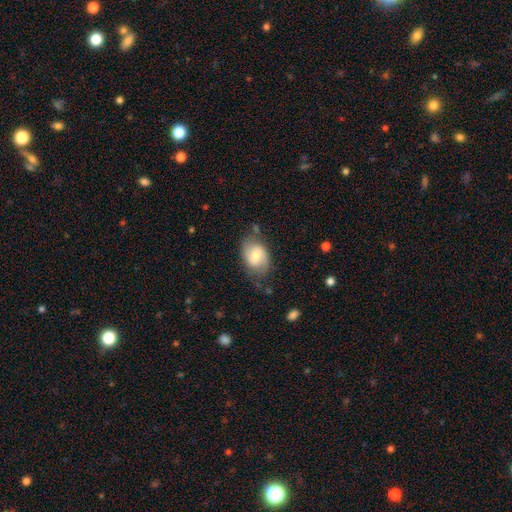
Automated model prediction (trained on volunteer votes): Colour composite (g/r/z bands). It shows a smooth galaxy with no disk features (59%) that is in between round and cigar-shaped (79%). Merging: none (63%).